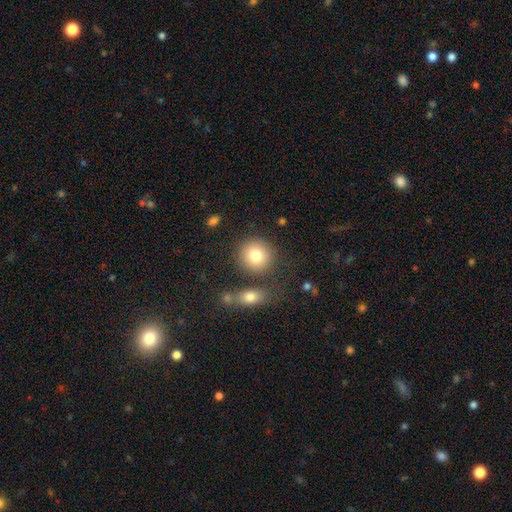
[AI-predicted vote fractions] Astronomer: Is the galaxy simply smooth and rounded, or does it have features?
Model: smooth — 81%.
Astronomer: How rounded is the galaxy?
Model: round — 90%.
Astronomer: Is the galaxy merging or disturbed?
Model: none — 77%.